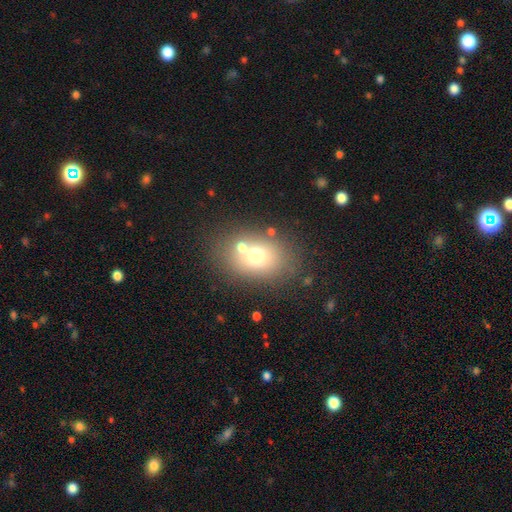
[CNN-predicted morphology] smooth-or-featured: smooth: 68% | featured or disk: 18% | star or artifact: 15%
  how-rounded: in between: 63% | round: 36% | cigar-shaped: 1%
  merging: none: 66% | merger: 17% | minor disturbance: 11% | major disturbance: 5%